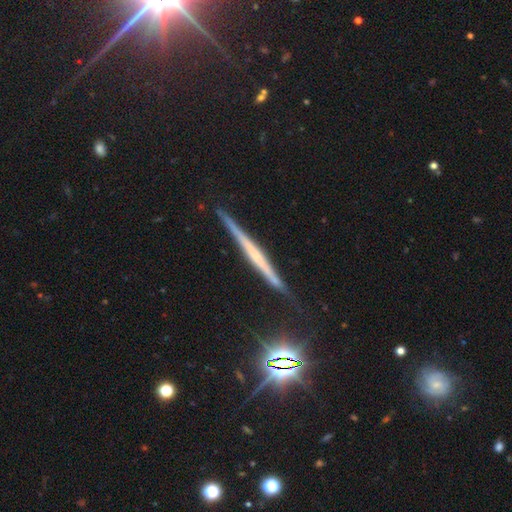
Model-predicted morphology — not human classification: featured or disk 66%, smooth 21%, star or artifact 12%. Down the decision tree: edge-on disk — yes (98%); edge-on bulge — none (61%); merging — none (87%).